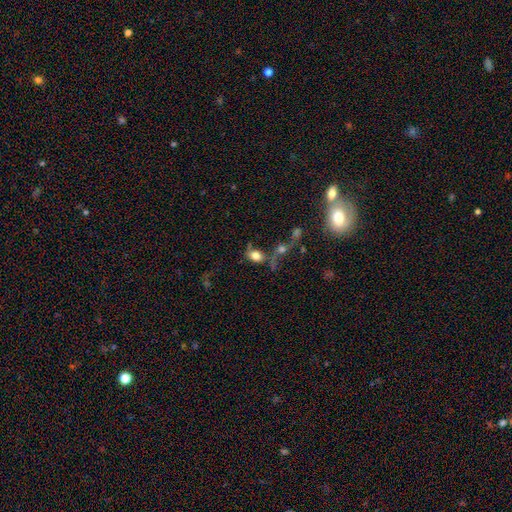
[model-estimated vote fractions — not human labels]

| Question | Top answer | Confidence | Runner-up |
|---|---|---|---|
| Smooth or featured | smooth | 70% | featured or disk (18%) |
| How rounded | in between | 73% | round (24%) |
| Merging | none | 38% | merger (34%) |